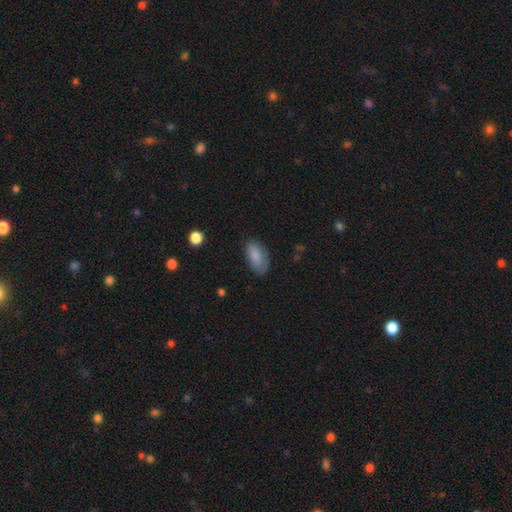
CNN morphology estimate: Overall: smooth (86%). How rounded: in between (92%). Merging: none (77%).